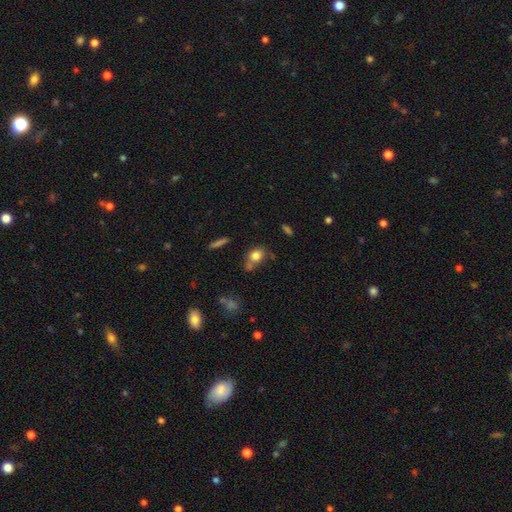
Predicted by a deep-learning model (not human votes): A smooth galaxy with no disk features (79%) that is in between round and cigar-shaped (50%). Merging: none (55%).